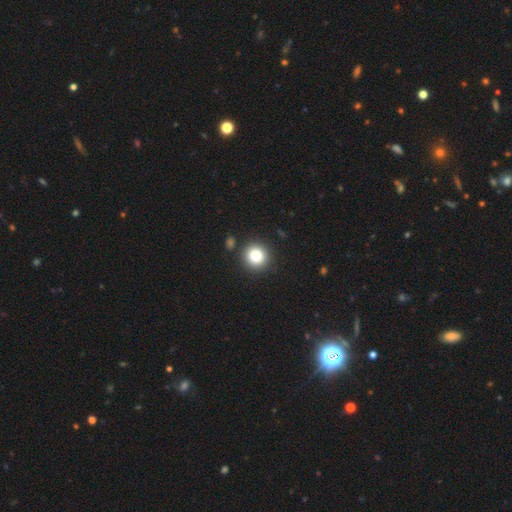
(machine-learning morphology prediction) This is clearly a smooth galaxy (81%). How rounded: clearly round (94%). Merging: clearly none (88%).